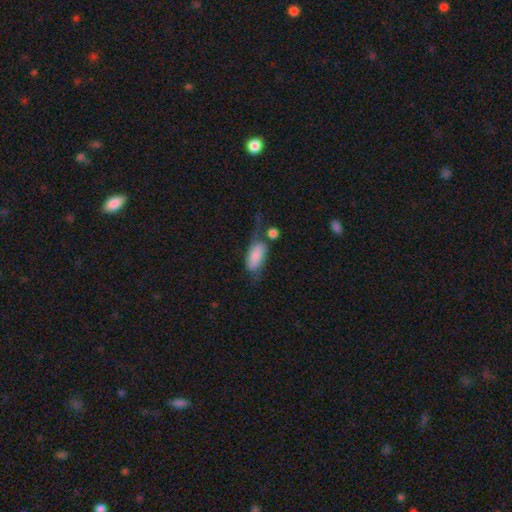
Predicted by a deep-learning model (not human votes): A smooth galaxy with no disk features (73%) that is in between round and cigar-shaped (88%).

Vote fractions:
- Smooth or featured? smooth: 73% / featured or disk: 21% / star or artifact: 7%
- How rounded? in between: 88% / cigar-shaped: 8% / round: 3%
- Merging? none: 29% / major disturbance: 27% / minor disturbance: 24% / merger: 20%